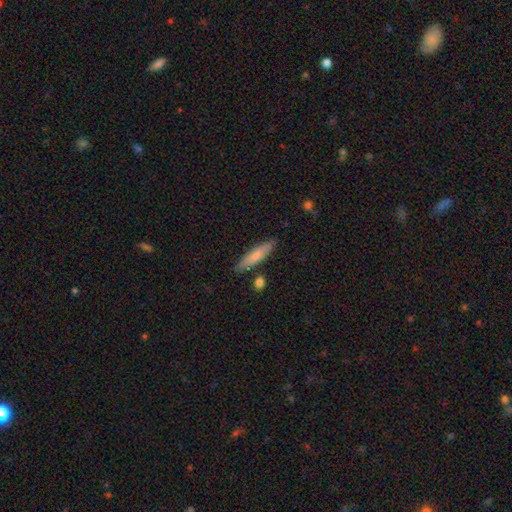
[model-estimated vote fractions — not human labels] A smooth galaxy with no disk features (72%) that is cigar-shaped (81%). Merging: none (83%).